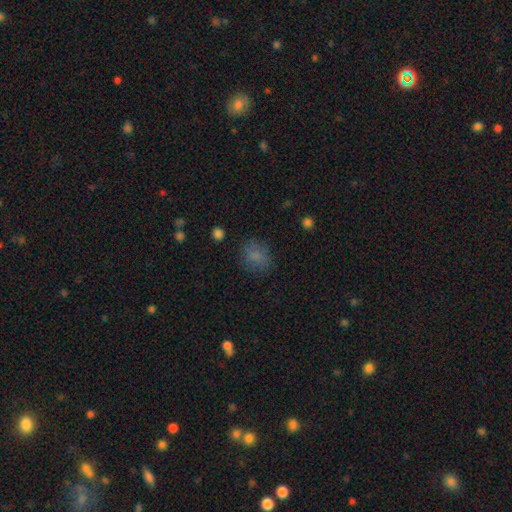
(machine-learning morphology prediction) Q: Smooth or featured?
A: smooth (77%); runner-up: star or artifact (14%)
Q: How rounded?
A: round (55%); runner-up: in between (43%)
Q: Merging?
A: none (73%); runner-up: minor disturbance (17%)